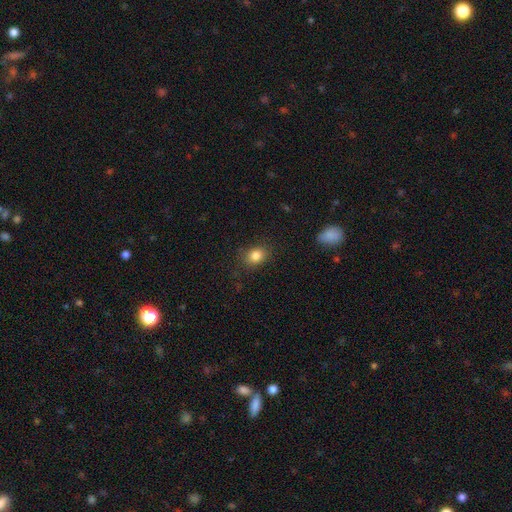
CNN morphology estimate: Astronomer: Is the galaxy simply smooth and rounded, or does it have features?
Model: smooth — 84%.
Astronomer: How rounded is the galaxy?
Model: in between — 52% (runner-up: round, 47%).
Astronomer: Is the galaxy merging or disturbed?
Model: none — 82%.